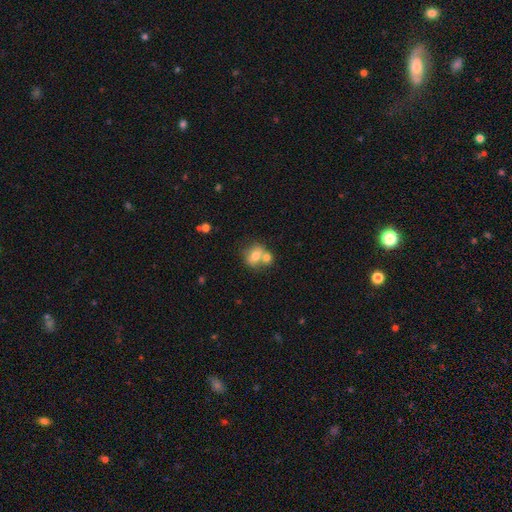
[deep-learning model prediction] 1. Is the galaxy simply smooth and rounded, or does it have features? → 66% smooth, 24% featured or disk, 10% star or artifact.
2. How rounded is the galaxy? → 61% round, 37% in between, 1% cigar-shaped.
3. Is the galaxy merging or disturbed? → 47% merger, 39% none, 10% minor disturbance, 4% major disturbance.